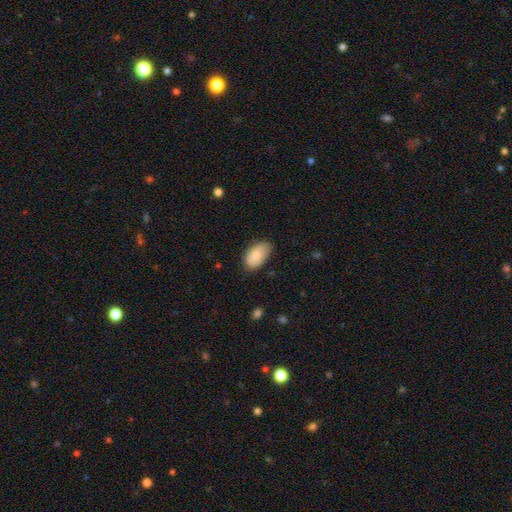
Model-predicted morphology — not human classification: The model was most divided on "merging": none: 76%, minor disturbance: 20%, major disturbance: 3%, merger: 1%. More confident: how rounded — in between (94%); smooth or featured — smooth (85%).